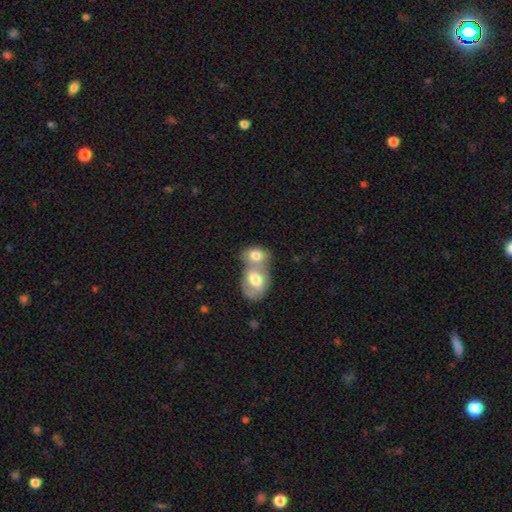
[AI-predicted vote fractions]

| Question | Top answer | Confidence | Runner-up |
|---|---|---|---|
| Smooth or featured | smooth | 71% | featured or disk (22%) |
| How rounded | in between | 69% | round (29%) |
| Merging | merger | 71% | none (19%) |